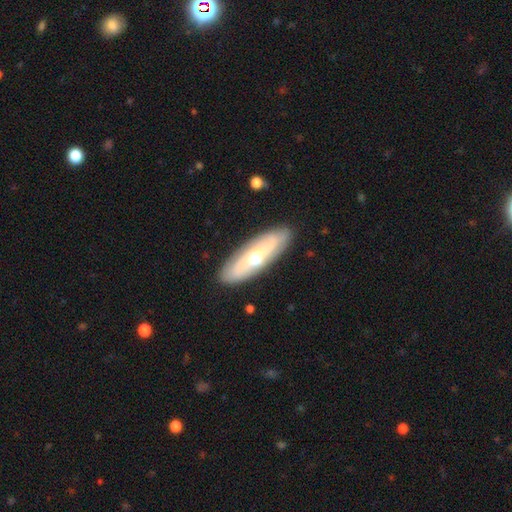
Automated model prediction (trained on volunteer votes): Morphology: type=featured or disk (60%); edge-on=no (69%); merging=none (88%).